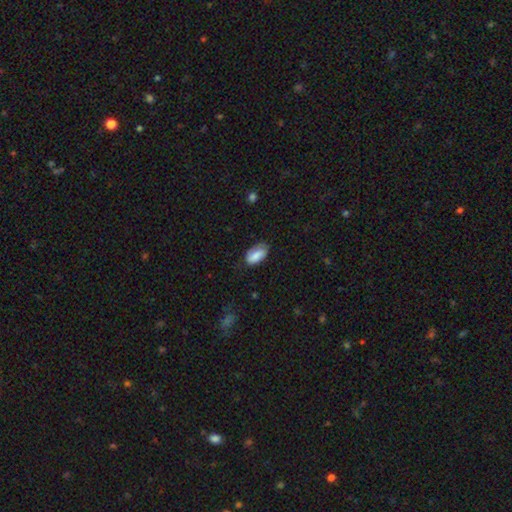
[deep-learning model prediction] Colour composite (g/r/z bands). It shows a smooth galaxy with no disk features (78%) that is in between round and cigar-shaped (93%). Merging: none (65%).